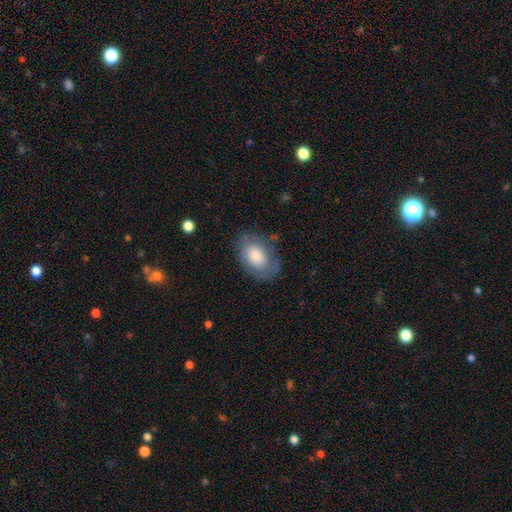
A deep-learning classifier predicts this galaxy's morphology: A smooth galaxy with no disk features (66%) that is in between round and cigar-shaped (83%).

Vote fractions:
- Smooth or featured? smooth: 66% / featured or disk: 27% / star or artifact: 7%
- How rounded? in between: 83% / round: 16% / cigar-shaped: 1%
- Merging? none: 71% / minor disturbance: 20% / major disturbance: 8% / merger: 1%